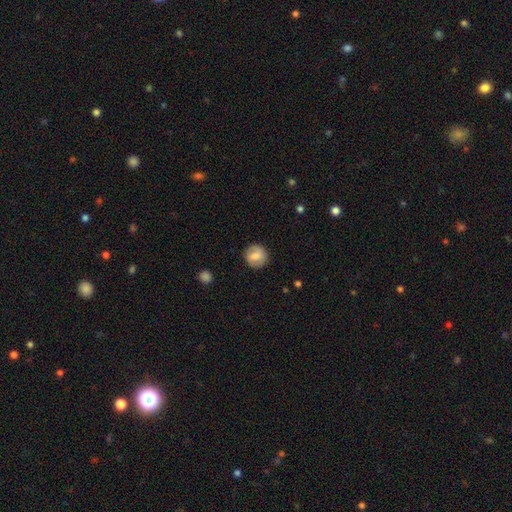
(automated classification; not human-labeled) Morphology: type=smooth (68%); roundness=round (88%); merging=none (84%).